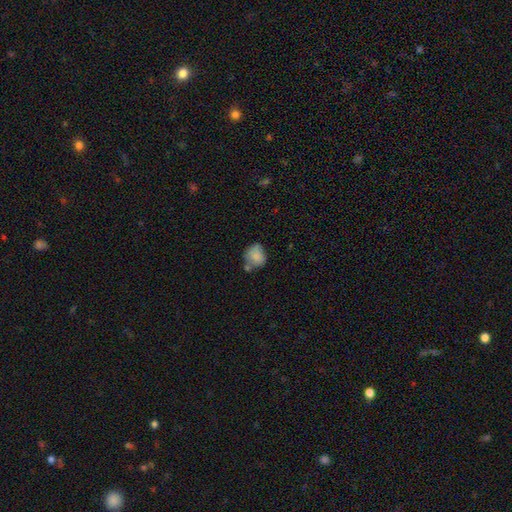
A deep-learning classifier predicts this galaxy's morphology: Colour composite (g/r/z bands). It shows a smooth galaxy with no disk features (79%) that is round (68%). Merging: none (47%).